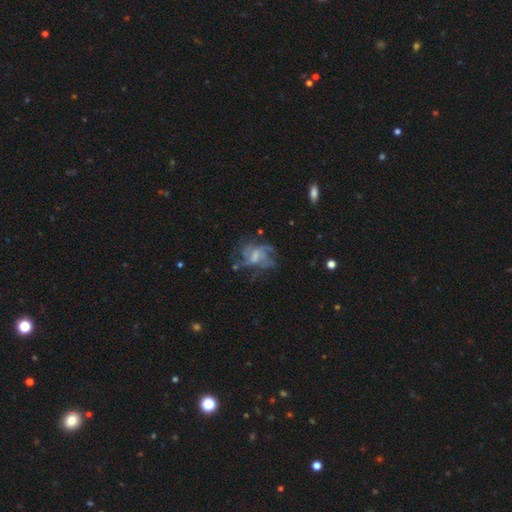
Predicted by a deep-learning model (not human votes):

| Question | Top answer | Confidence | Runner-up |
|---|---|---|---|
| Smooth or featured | featured or disk | 68% | smooth (20%) |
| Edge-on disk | no | 97% | yes (3%) |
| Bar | no | 49% | weak (41%) |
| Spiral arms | yes | 68% | no (32%) |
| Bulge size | none | 33% | moderate (32%) |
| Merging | none | 45% | major disturbance (32%) |